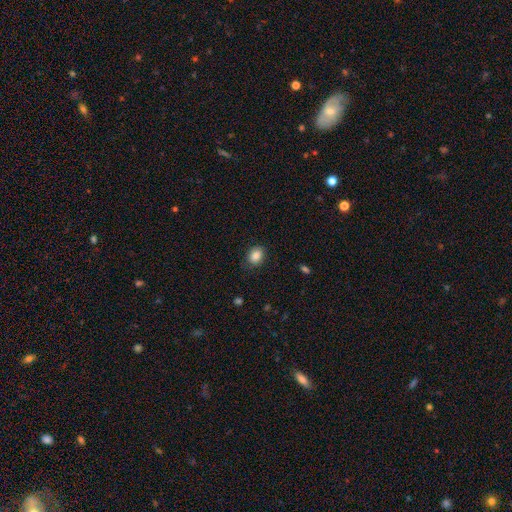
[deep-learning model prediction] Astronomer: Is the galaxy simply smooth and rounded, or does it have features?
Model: smooth — 85%.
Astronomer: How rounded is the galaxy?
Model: in between — 58% (runner-up: round, 41%).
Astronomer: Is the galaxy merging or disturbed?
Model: none — 81%.